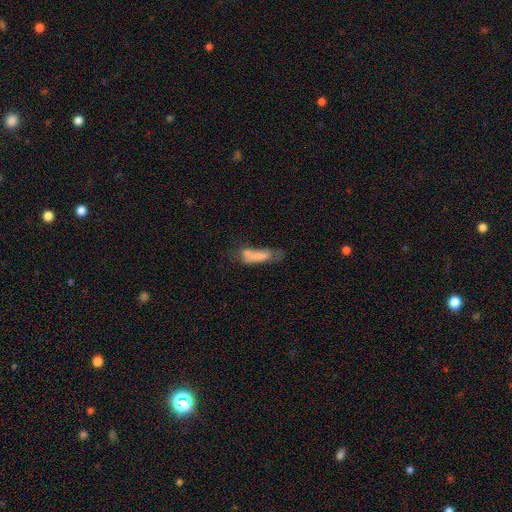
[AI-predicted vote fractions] Smooth or featured? Predicted: smooth (p=0.67). How rounded? Predicted: cigar-shaped (p=0.57). Merging? Predicted: none (p=0.30).